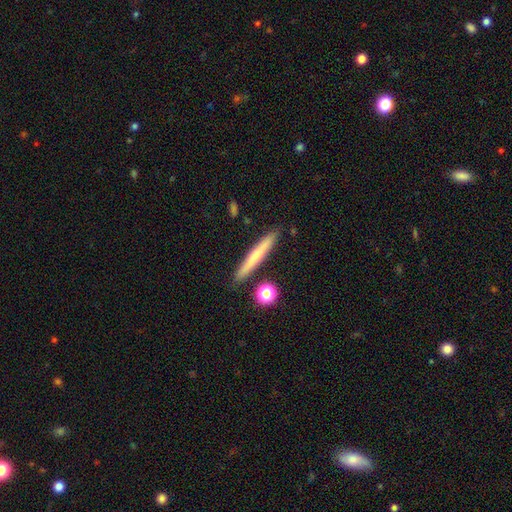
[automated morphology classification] smooth-or-featured: smooth: 51% | featured or disk: 41% | star or artifact: 7%
  how-rounded: cigar-shaped: 94% | in between: 4% | round: 2%
  merging: none: 87% | minor disturbance: 8% | merger: 3% | major disturbance: 2%